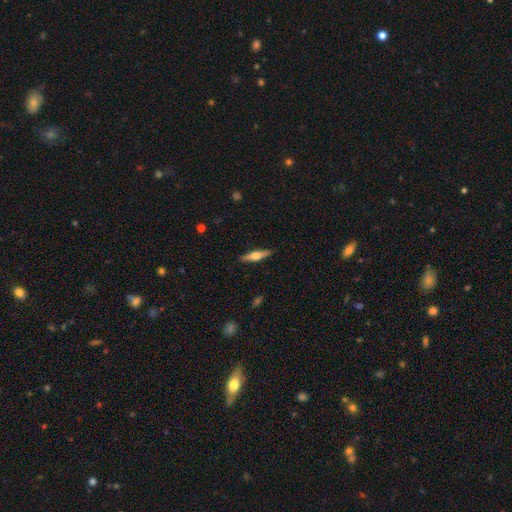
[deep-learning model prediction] The model was most divided on "smooth or featured": featured or disk: 52%, smooth: 42%, star or artifact: 6%. More confident: edge-on disk — yes (96%); merging — none (89%).